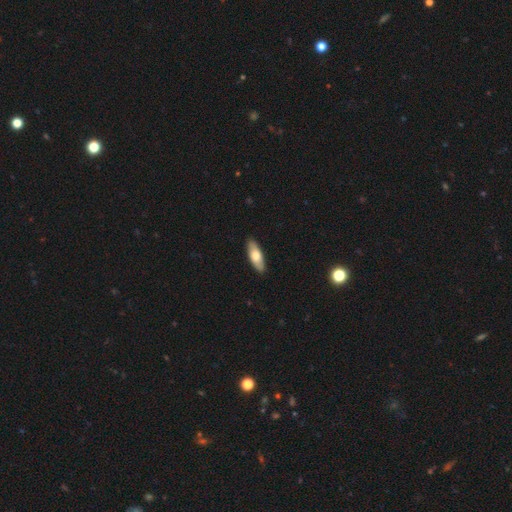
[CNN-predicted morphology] This is likely a smooth galaxy (68%). How rounded: likely in between (66%). Merging: clearly none (90%).